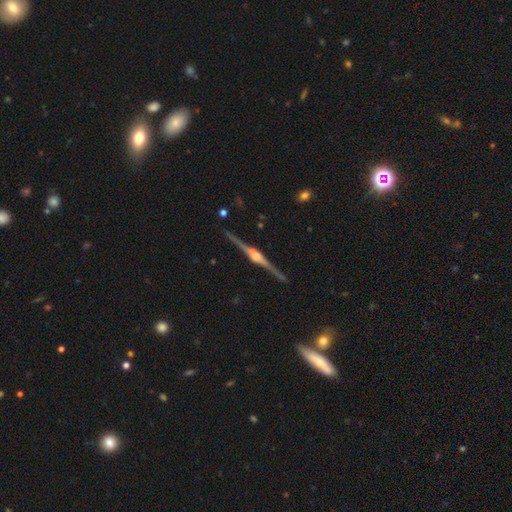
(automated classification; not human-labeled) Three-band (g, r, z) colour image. It shows a featured or disk galaxy (89%) viewed edge-on (98%) with a rounded central bulge (78%). Merging: none (89%).